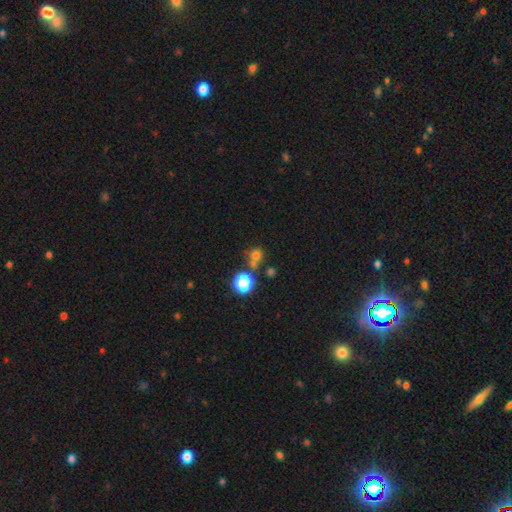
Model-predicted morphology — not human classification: Smooth or featured: smooth — 67% (star or artifact — 25%)
How rounded: round — 86% (in between — 13%)
Merging: none — 57% (merger — 25%)